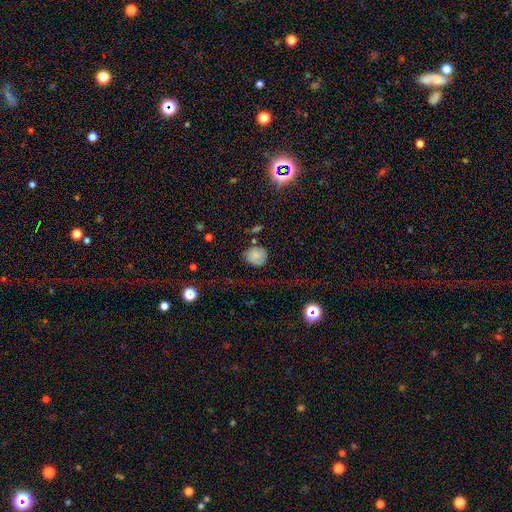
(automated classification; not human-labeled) smooth 77%, featured or disk 12%, star or artifact 11%. Down the decision tree: how rounded — round (79%); merging — none (65%).